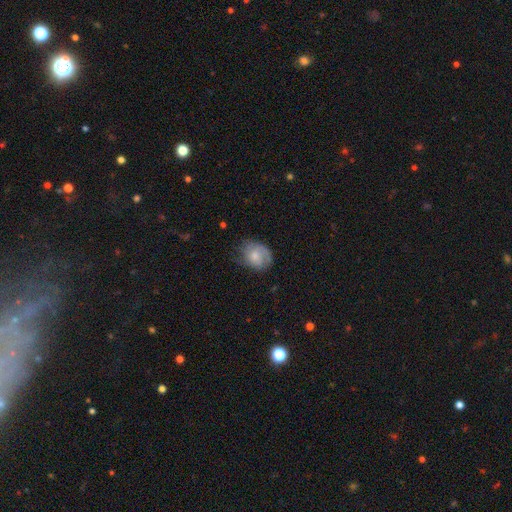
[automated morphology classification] A smooth galaxy with no disk features (61%) that is in between round and cigar-shaped (55%).

Vote fractions:
- Smooth or featured? smooth: 61% / featured or disk: 32% / star or artifact: 7%
- How rounded? in between: 55% / round: 44% / cigar-shaped: 1%
- Merging? none: 55% / minor disturbance: 31% / major disturbance: 13% / merger: 1%